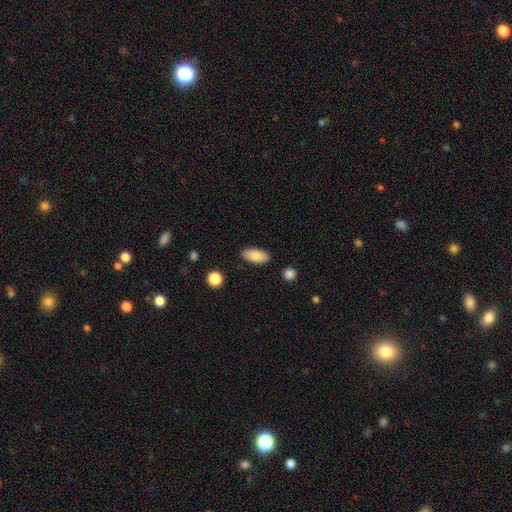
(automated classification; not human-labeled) smooth_or_featured: smooth (p=0.84) [alt: featured or disk p=0.09]
how_rounded: in between (p=0.90) [alt: cigar-shaped p=0.07]
merging: none (p=0.87) [alt: minor disturbance p=0.09]